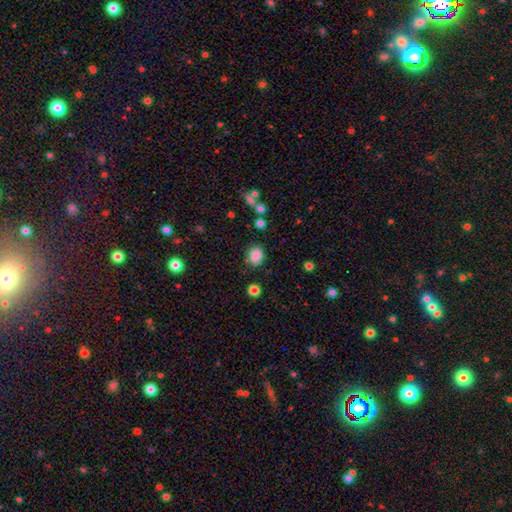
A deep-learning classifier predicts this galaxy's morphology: smooth_or_featured: smooth (p=0.86) [alt: star or artifact p=0.10]
how_rounded: in between (p=0.54) [alt: round p=0.45]
merging: none (p=0.80) [alt: minor disturbance p=0.13]